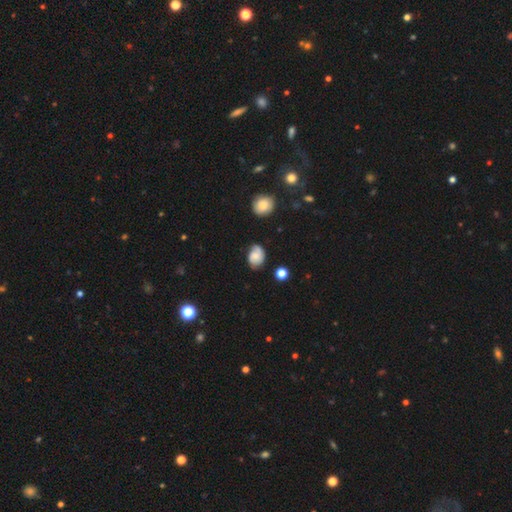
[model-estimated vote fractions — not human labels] Smooth or featured: smooth — 60% (featured or disk — 31%)
How rounded: in between — 66% (round — 33%)
Merging: none — 60% (minor disturbance — 29%)